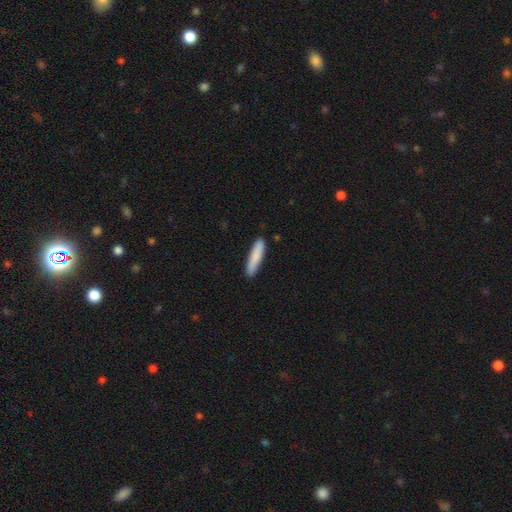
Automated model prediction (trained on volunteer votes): Overall: smooth (85%). How rounded: cigar-shaped (85%). Merging: none (88%).